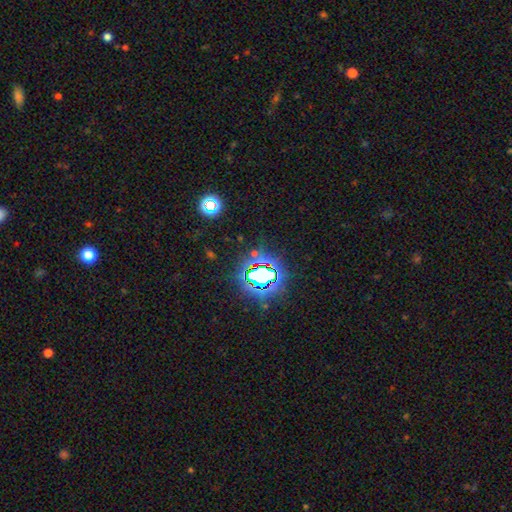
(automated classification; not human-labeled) This is likely a star or artifact rather than a galaxy (75%).